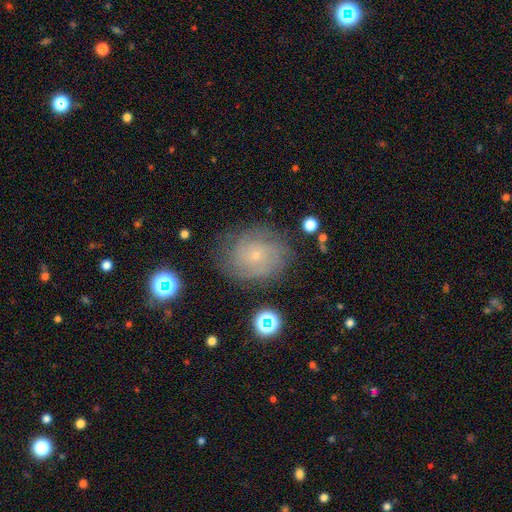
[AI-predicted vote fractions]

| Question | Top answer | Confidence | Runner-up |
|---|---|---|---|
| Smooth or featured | featured or disk | 64% | smooth (22%) |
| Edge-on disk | no | 97% | yes (3%) |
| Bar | no | 81% | weak (16%) |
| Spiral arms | yes | 90% | no (10%) |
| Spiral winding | tight | 66% | medium (26%) |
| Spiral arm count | can't tell | 47% | 2 (16%) |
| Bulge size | small | 85% | moderate (11%) |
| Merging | none | 74% | minor disturbance (17%) |